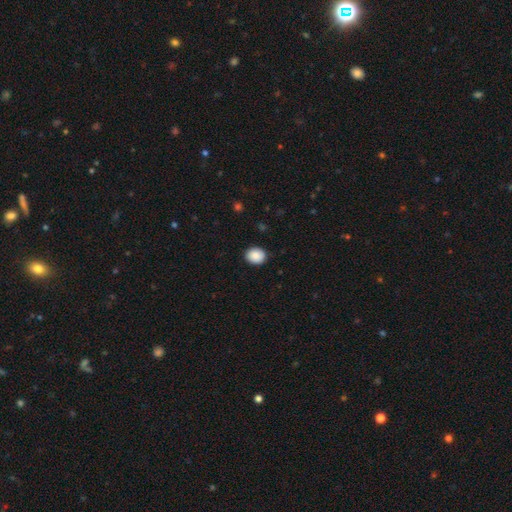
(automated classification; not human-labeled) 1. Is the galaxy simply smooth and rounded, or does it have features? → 89% smooth, 7% star or artifact, 3% featured or disk.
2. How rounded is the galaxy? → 60% round, 39% in between, 1% cigar-shaped.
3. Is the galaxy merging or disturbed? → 90% none, 8% minor disturbance, 2% major disturbance, 1% merger.